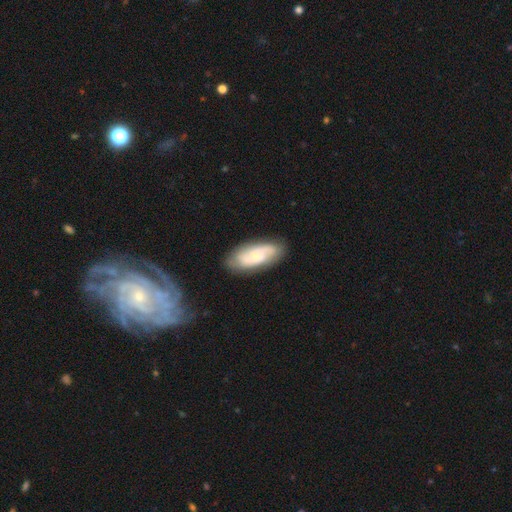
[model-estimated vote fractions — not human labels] The model was most divided on "smooth or featured": featured or disk: 55%, smooth: 39%, star or artifact: 6%. More confident: edge-on disk — no (91%); merging — none (78%).